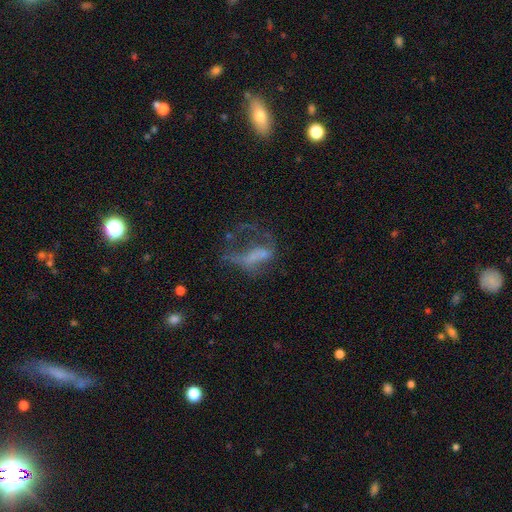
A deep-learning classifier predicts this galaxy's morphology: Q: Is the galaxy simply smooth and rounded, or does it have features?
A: featured or disk — 50%.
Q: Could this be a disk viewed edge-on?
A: no — 94%.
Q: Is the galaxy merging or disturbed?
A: major disturbance — 55%.